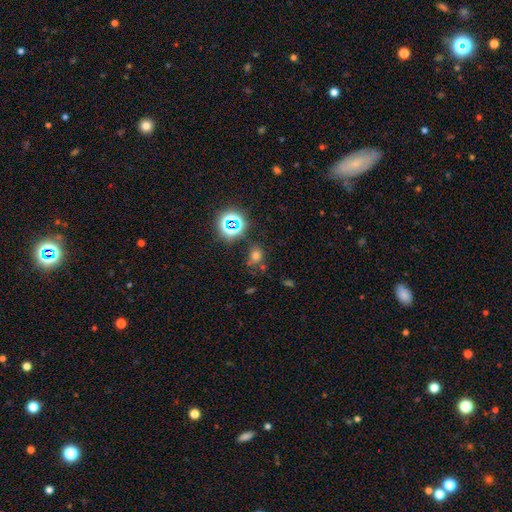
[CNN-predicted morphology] The model was most divided on "how rounded": round: 59%, in between: 40%, cigar-shaped: 1%. More confident: merging — none (70%); smooth or featured — smooth (62%).